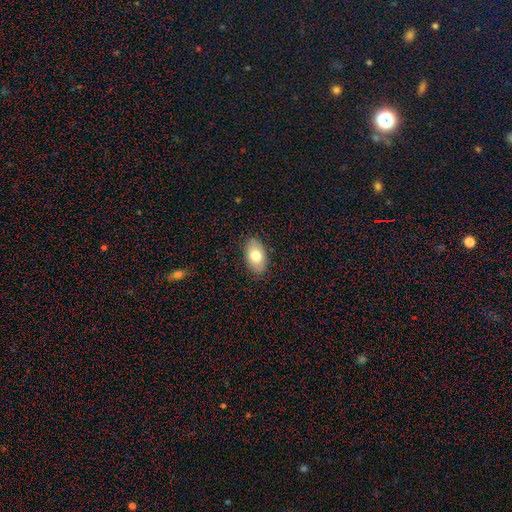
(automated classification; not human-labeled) Smooth or featured? smooth (76%)
How rounded? in between (93%)
Merging? none (86%)